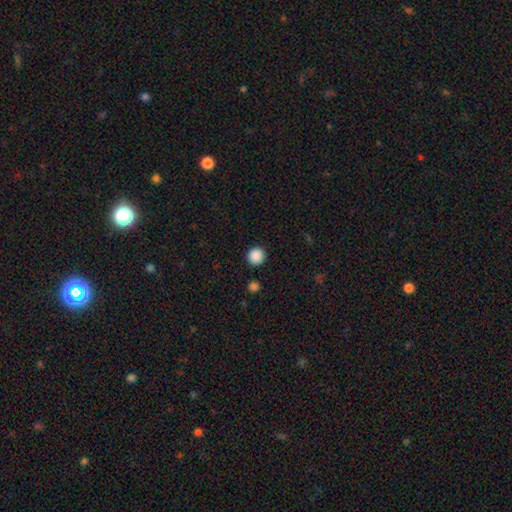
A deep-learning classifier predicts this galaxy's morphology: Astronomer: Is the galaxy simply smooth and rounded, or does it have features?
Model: smooth — 88%.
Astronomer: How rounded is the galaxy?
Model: round — 94%.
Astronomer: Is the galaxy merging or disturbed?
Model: none — 91%.